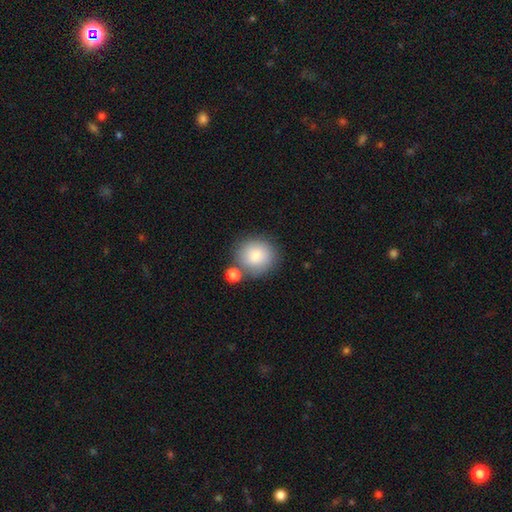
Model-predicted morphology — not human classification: Smooth or featured: smooth — 83% (featured or disk — 9%)
How rounded: round — 88% (in between — 11%)
Merging: none — 68% (merger — 15%)